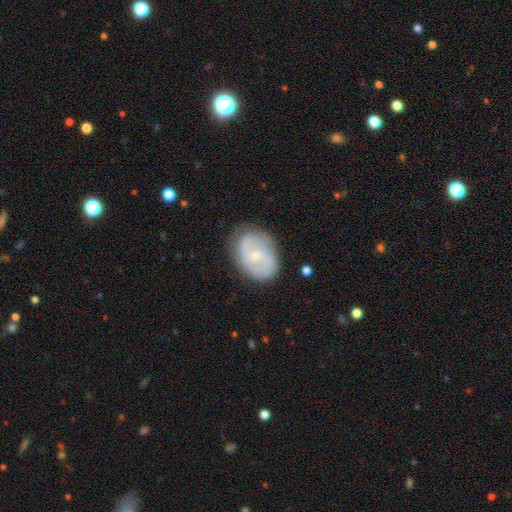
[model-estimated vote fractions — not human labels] This appears to be a featured or disk galaxy (66%) with no bar (57%), 2 (72%) medium (43%) spiral arms (80%) and a small central bulge (67%). Merging: none (76%).